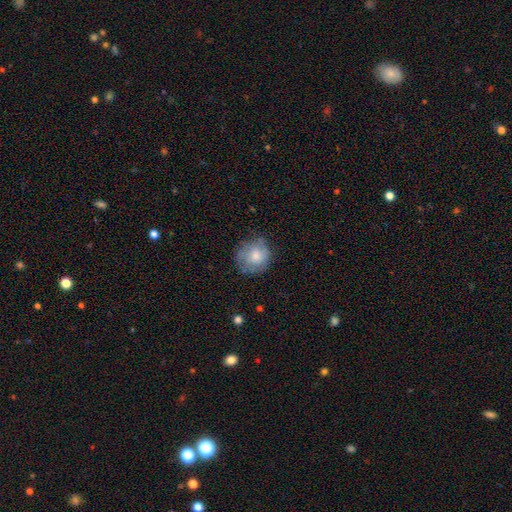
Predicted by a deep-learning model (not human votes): smooth_or_featured: smooth (p=0.64) [alt: featured or disk p=0.29]
how_rounded: round (p=0.79) [alt: in between p=0.20]
merging: none (p=0.65) [alt: minor disturbance p=0.25]